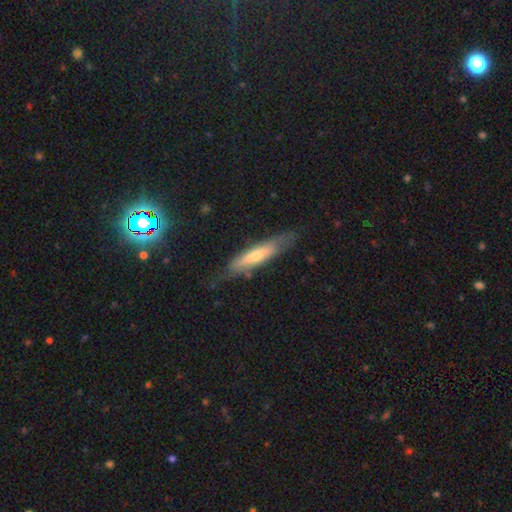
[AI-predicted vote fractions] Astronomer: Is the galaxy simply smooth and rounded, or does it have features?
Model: featured or disk — 47% (runner-up: smooth, 46%).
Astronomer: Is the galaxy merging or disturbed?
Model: none — 71%.